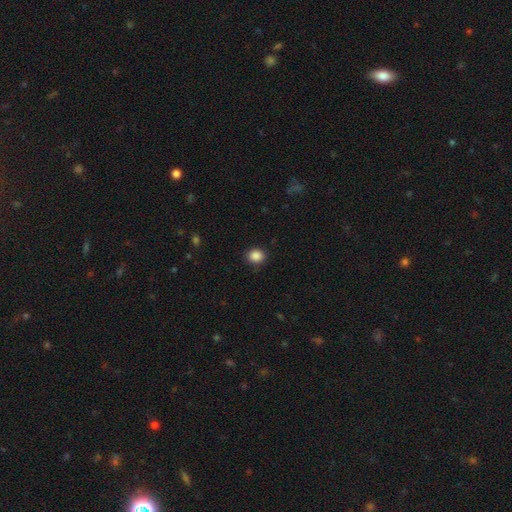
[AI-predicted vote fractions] This is clearly a smooth galaxy (87%). How rounded: likely round (72%). Merging: clearly none (87%).